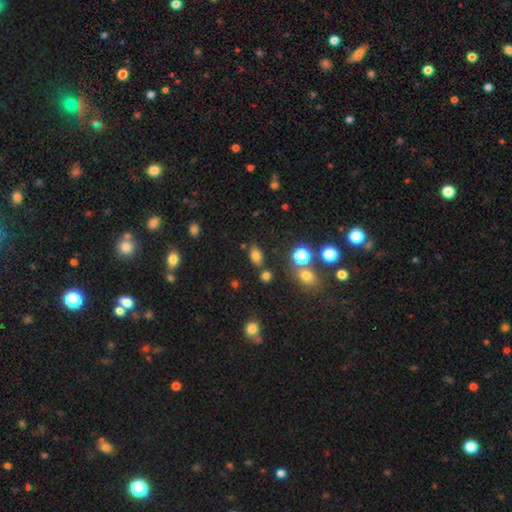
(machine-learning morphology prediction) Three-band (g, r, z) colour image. It shows a smooth galaxy with no disk features (77%) that is in between round and cigar-shaped (81%). Merging: none (75%).